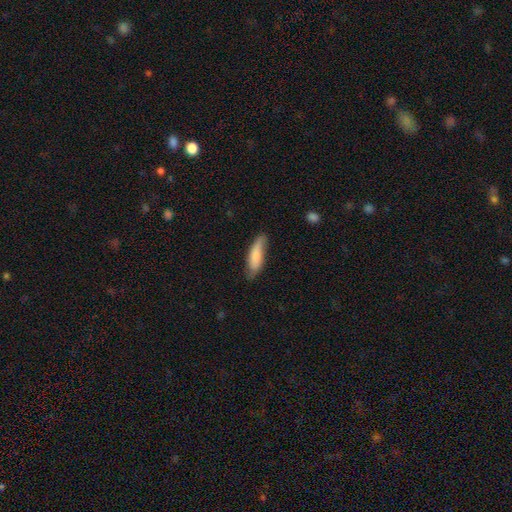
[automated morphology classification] Smooth or featured? Predicted: smooth (p=0.74). How rounded? Predicted: cigar-shaped (p=0.56). Merging? Predicted: none (p=0.63).